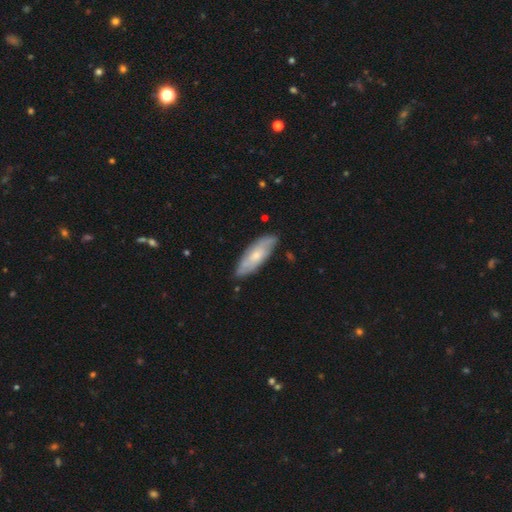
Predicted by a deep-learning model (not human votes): A smooth galaxy with no disk features (48%).

Vote fractions:
- Smooth or featured? smooth: 48% / featured or disk: 47% / star or artifact: 6%
- Merging? none: 79% / minor disturbance: 17% / major disturbance: 3% / merger: 2%